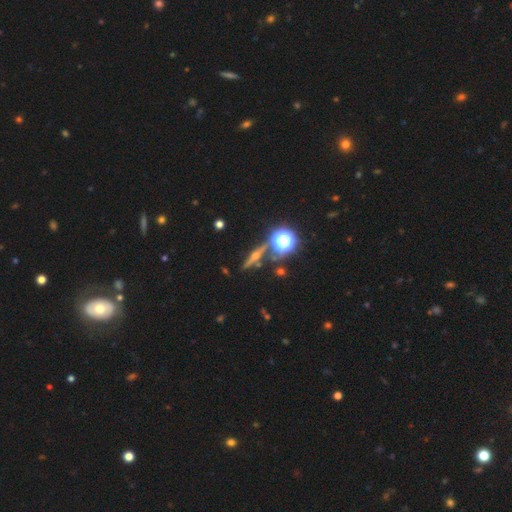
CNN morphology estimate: A featured or disk galaxy (69%) viewed edge-on (95%) with a rounded central bulge (94%).

Vote fractions:
- Smooth or featured? featured or disk: 69% / star or artifact: 16% / smooth: 15%
- Edge-on disk? yes: 95% / no: 5%
- Edge-on bulge? rounded: 94% / boxy: 3% / none: 3%
- Merging? none: 84% / minor disturbance: 8% / merger: 5% / major disturbance: 3%